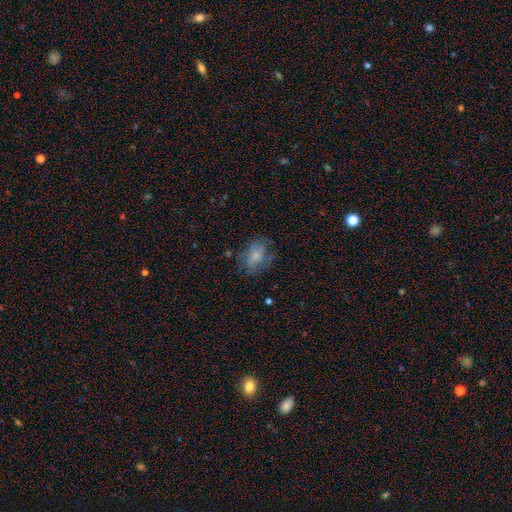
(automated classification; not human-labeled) Smooth or featured: smooth — 58% (featured or disk — 32%)
How rounded: in between — 74% (round — 24%)
Merging: none — 57% (minor disturbance — 24%)